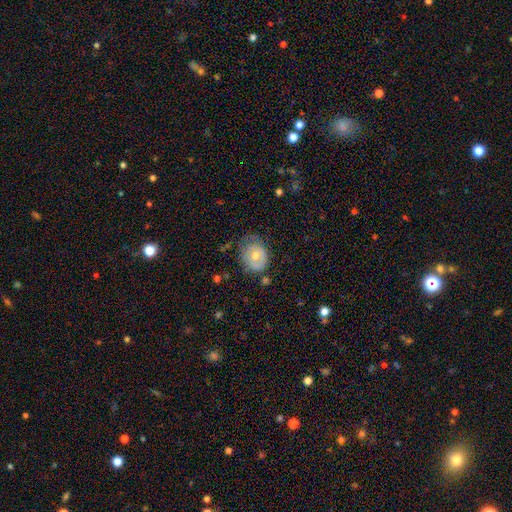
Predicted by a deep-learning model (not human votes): A smooth galaxy with no disk features (49%). Merging: none (55%).